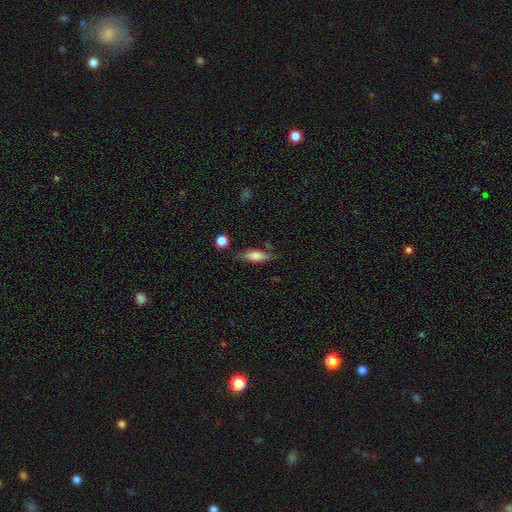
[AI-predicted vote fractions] This appears to be a smooth galaxy with no disk features (72%) that is in between round and cigar-shaped (53%). Merging: none (73%).